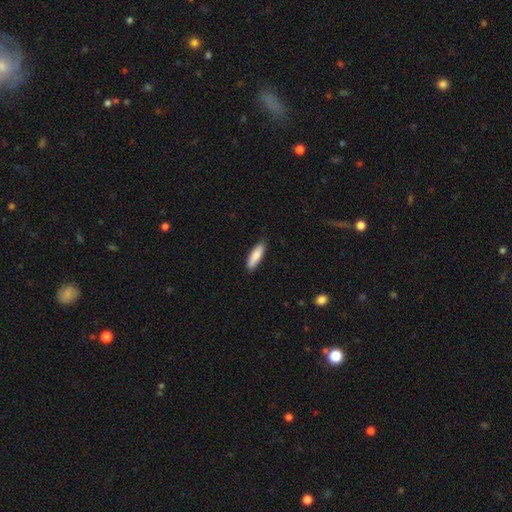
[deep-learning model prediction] A smooth galaxy with no disk features (84%) that is cigar-shaped (57%).

Vote fractions:
- Smooth or featured? smooth: 84% / featured or disk: 10% / star or artifact: 5%
- How rounded? cigar-shaped: 57% / in between: 42% / round: 2%
- Merging? none: 85% / minor disturbance: 12% / major disturbance: 2% / merger: 1%